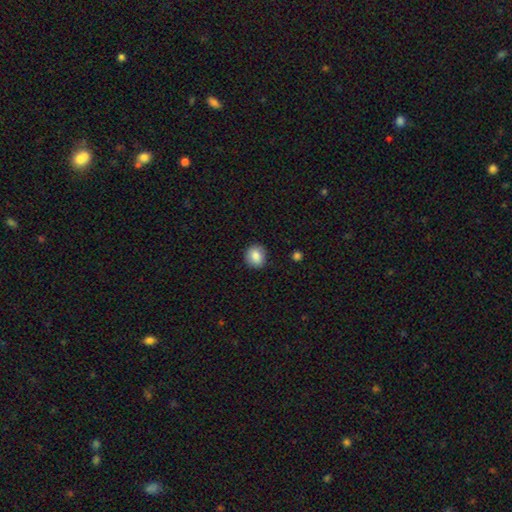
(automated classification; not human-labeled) The model was most divided on "how rounded": round: 79%, in between: 20%, cigar-shaped: 1%. More confident: merging — none (88%); smooth or featured — smooth (86%).